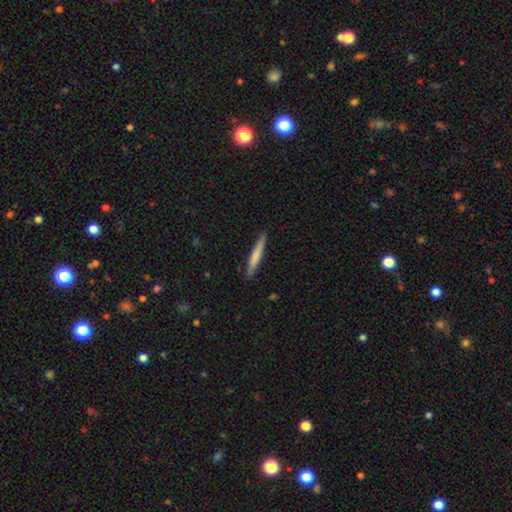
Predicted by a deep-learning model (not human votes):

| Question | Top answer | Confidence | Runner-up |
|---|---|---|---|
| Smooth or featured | smooth | 68% | featured or disk (27%) |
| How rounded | cigar-shaped | 95% | in between (4%) |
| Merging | none | 87% | minor disturbance (10%) |